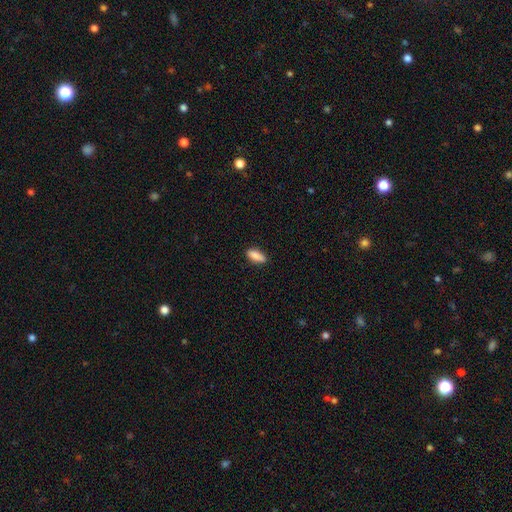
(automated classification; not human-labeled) smooth 87%, star or artifact 7%, featured or disk 6%. Down the decision tree: how rounded — in between (72%); merging — none (83%).